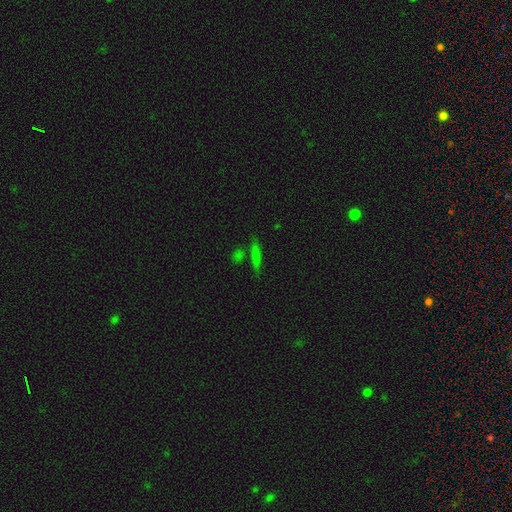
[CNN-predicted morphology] Smooth or featured? Predicted: smooth (p=0.65). How rounded? Predicted: cigar-shaped (p=0.82). Merging? Predicted: none (p=0.78).